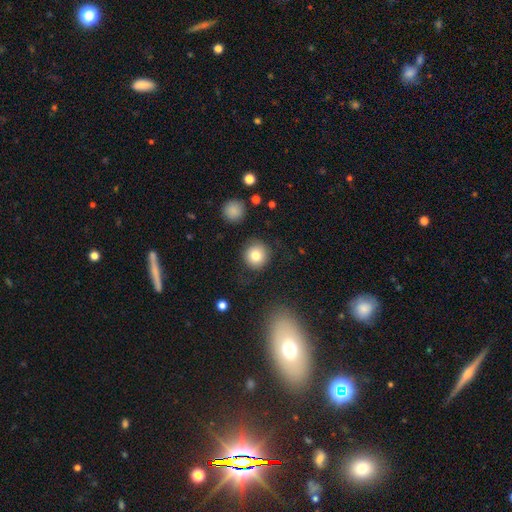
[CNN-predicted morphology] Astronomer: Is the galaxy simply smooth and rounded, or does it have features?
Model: smooth — 80%.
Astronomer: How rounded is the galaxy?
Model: round — 93%.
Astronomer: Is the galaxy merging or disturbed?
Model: none — 85%.